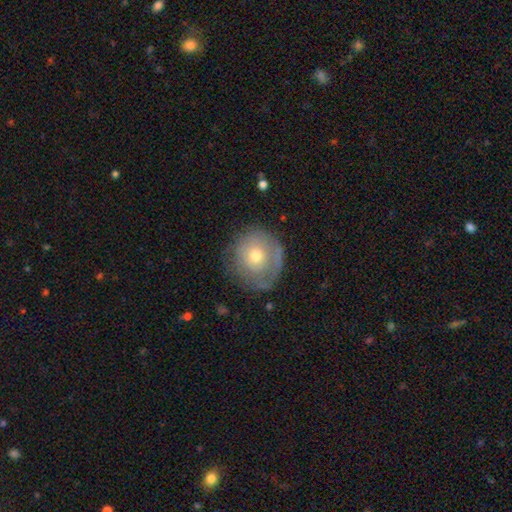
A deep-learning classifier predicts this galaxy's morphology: Smooth or featured: smooth — 54% (featured or disk — 38%)
How rounded: round — 87% (in between — 12%)
Merging: none — 65% (minor disturbance — 23%)